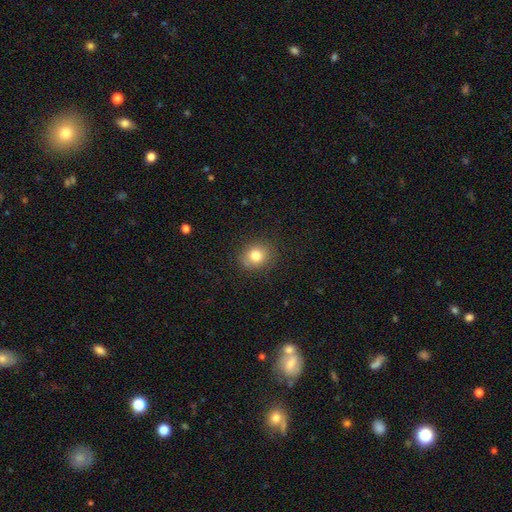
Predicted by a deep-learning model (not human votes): This appears to be a smooth galaxy with no disk features (80%) that is round (71%). Merging: none (85%).